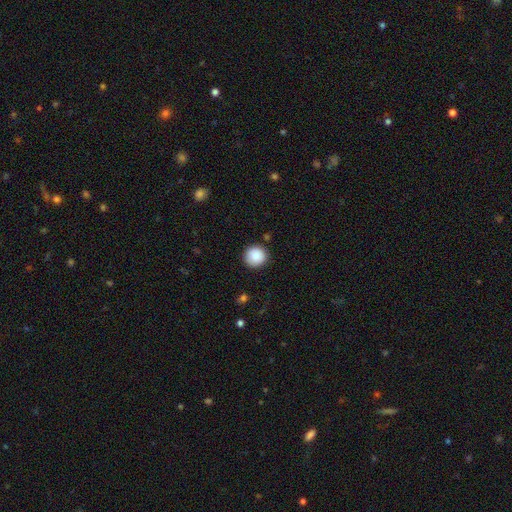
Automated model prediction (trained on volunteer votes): This is clearly a smooth galaxy (89%). How rounded: clearly round (94%). Merging: clearly none (90%).